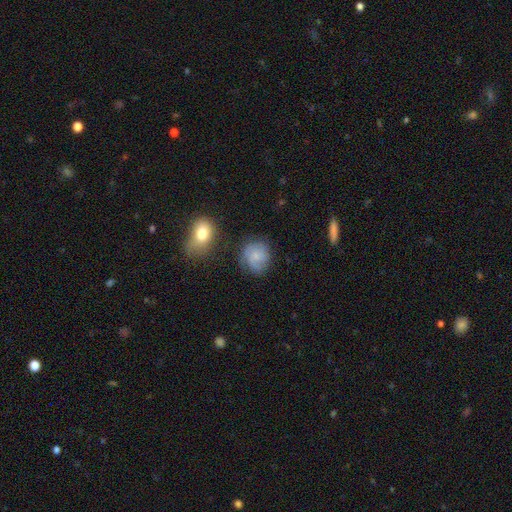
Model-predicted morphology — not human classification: A smooth galaxy with no disk features (53%) that is round (76%). Merging: none (67%).